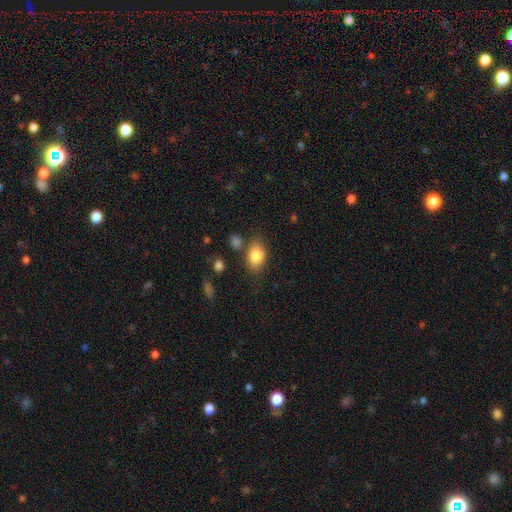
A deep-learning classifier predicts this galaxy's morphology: smooth_or_featured: smooth (p=0.83) [alt: featured or disk p=0.09]
how_rounded: in between (p=0.83) [alt: round p=0.16]
merging: none (p=0.67) [alt: minor disturbance p=0.19]